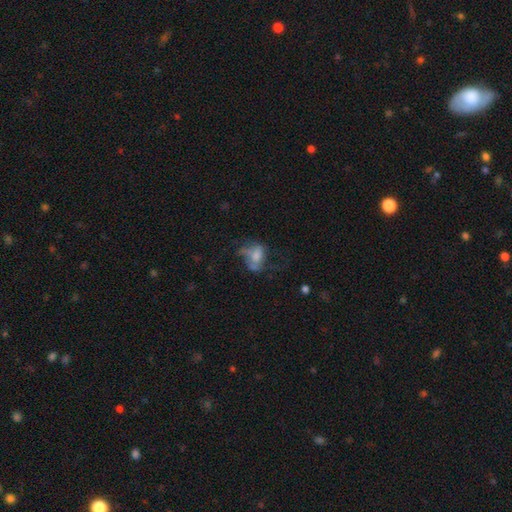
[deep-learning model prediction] Q: Smooth or featured?
A: smooth (45%); runner-up: featured or disk (42%)
Q: Merging?
A: major disturbance (45%); runner-up: none (27%)